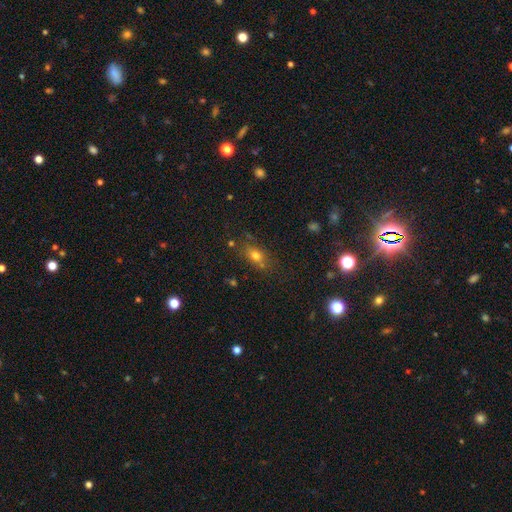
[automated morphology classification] Overall: smooth (71%). How rounded: in between (68%). Merging: none (70%).